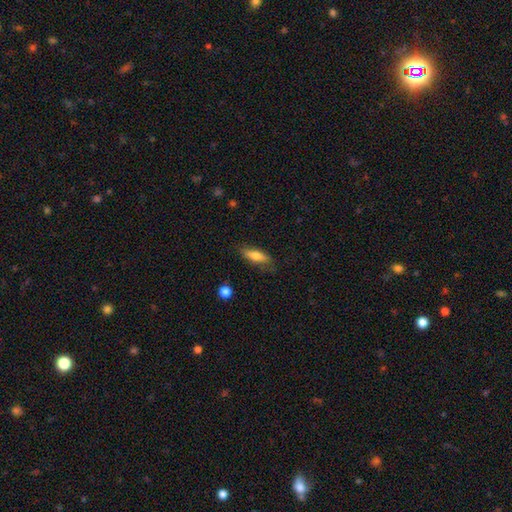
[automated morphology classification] smooth_or_featured: smooth (p=0.70) [alt: featured or disk p=0.24]
how_rounded: in between (p=0.52) [alt: cigar-shaped p=0.45]
merging: none (p=0.76) [alt: minor disturbance p=0.18]